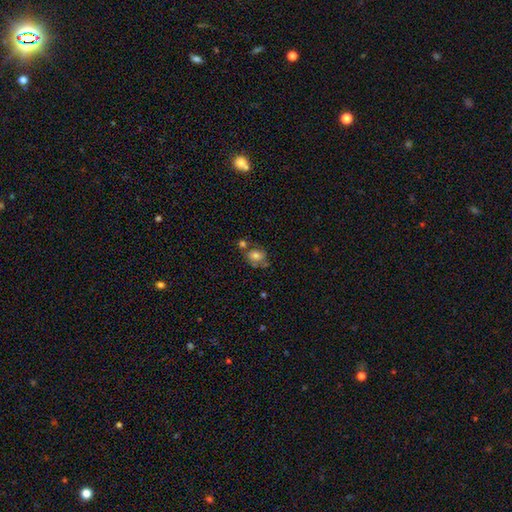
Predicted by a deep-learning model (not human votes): This appears to be a smooth galaxy with no disk features (68%) that is round (51%). Merging: none (50%).